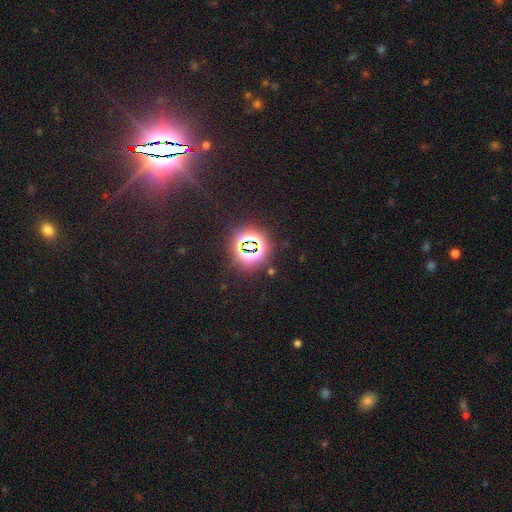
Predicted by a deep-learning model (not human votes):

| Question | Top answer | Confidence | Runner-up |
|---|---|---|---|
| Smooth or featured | star or artifact | 83% | smooth (9%) |